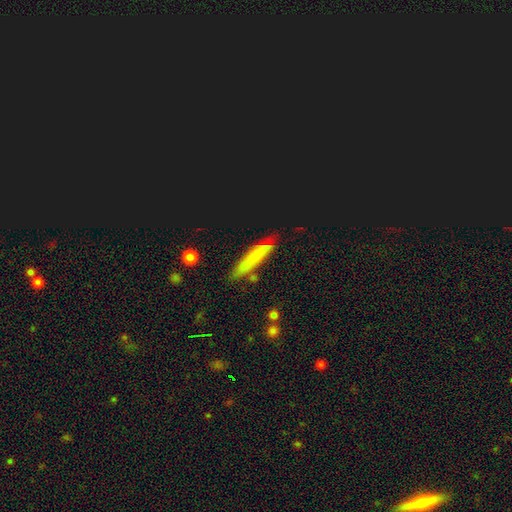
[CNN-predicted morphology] This is possibly a smooth galaxy (54%). How rounded: clearly cigar-shaped (82%). Merging: likely none (75%).